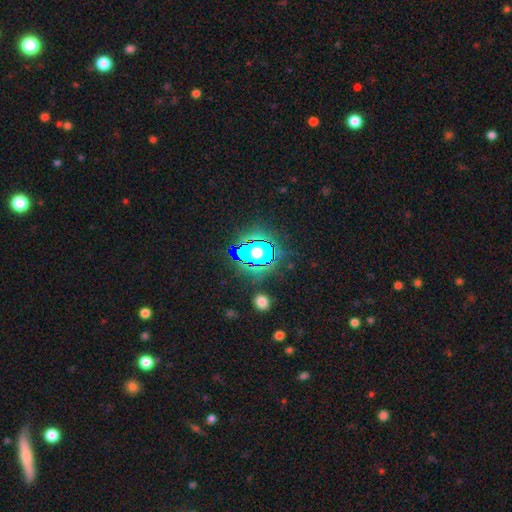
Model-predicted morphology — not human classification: Overall: star or artifact (82%).